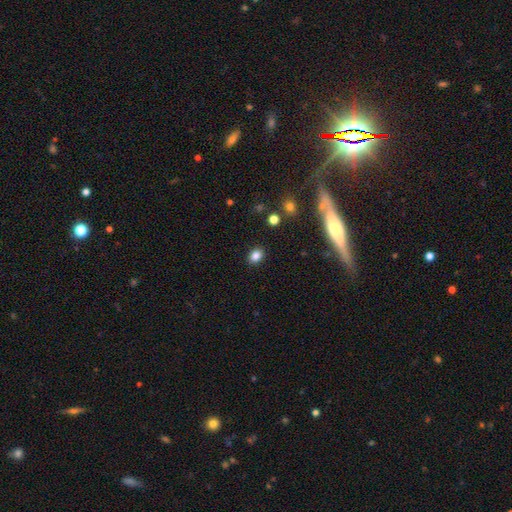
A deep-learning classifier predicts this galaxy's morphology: smooth_or_featured: smooth (p=0.83) [alt: star or artifact p=0.12]
how_rounded: in between (p=0.57) [alt: round p=0.42]
merging: none (p=0.88) [alt: minor disturbance p=0.08]